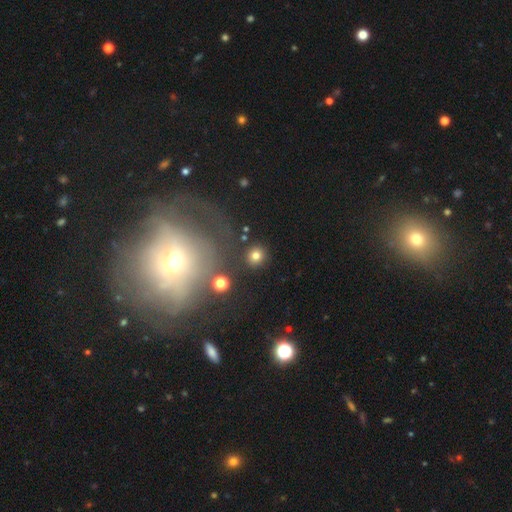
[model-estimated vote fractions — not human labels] Overall: smooth (77%). How rounded: round (90%). Merging: none (86%).